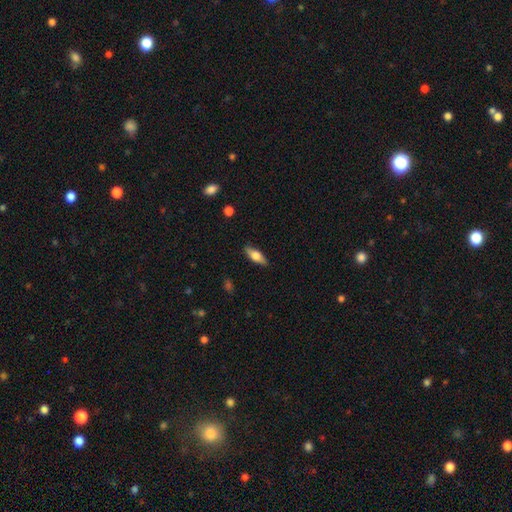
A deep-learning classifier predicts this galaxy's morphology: A smooth galaxy with no disk features (56%) that is in between round and cigar-shaped (61%).

Vote fractions:
- Smooth or featured? smooth: 56% / featured or disk: 38% / star or artifact: 6%
- How rounded? in between: 61% / cigar-shaped: 36% / round: 3%
- Merging? none: 87% / minor disturbance: 10% / major disturbance: 2% / merger: 1%